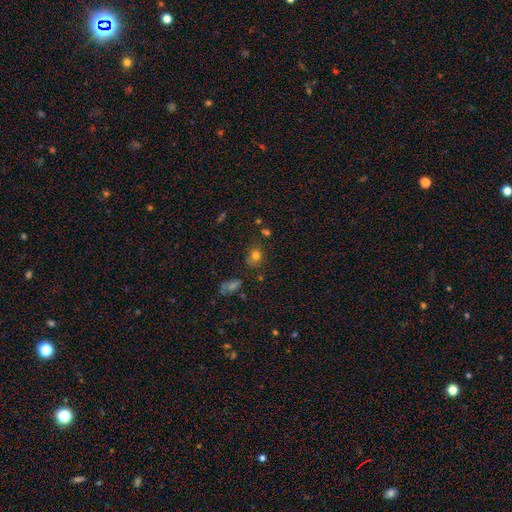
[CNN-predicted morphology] Smooth or featured?
  - smooth: 75% *
  - star or artifact: 17%
  - featured or disk: 8%
How rounded?
  - round: 74% *
  - in between: 25%
  - cigar-shaped: 1%
Merging?
  - none: 71% *
  - minor disturbance: 17%
  - merger: 7%
  - major disturbance: 5%